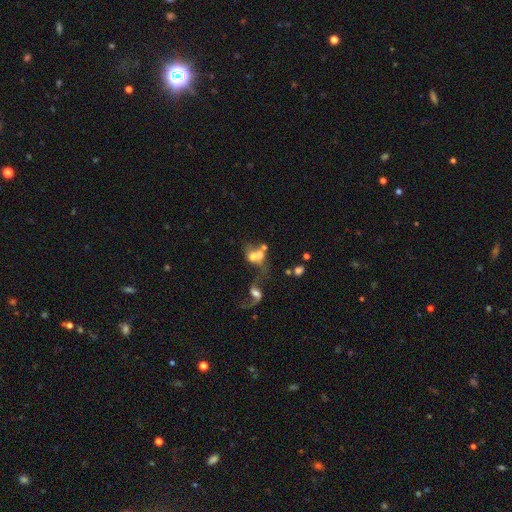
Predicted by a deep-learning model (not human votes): smooth_or_featured: smooth (p=0.48) [alt: featured or disk p=0.38]
merging: merger (p=0.65) [alt: none p=0.16]